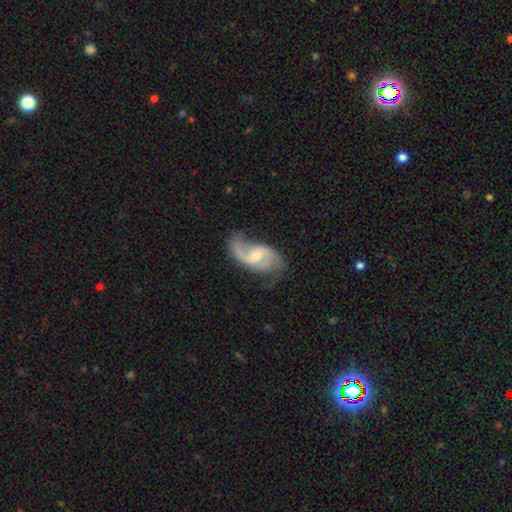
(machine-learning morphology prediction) The model was most divided on "bulge size": small: 47%, moderate: 46%, none: 3%, large: 2%, dominant: 1%. Remaining: edge-on disk — no (97%); spiral arms — yes (97%); smooth or featured — featured or disk (87%); spiral arm count — 2 (87%); merging — none (66%); spiral winding — loose (51%); bar — weak (50%).